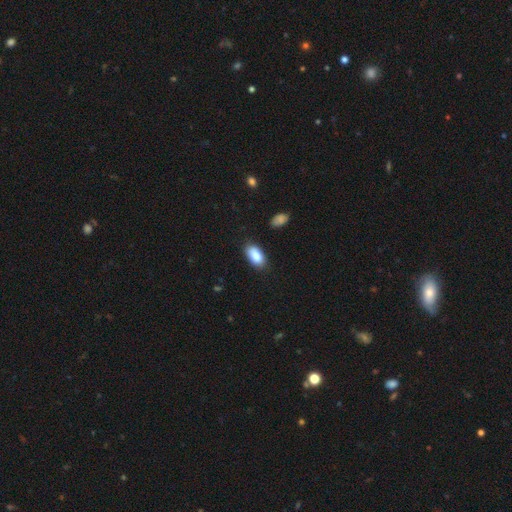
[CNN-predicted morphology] The model was most divided on "merging": none: 80%, minor disturbance: 15%, major disturbance: 3%, merger: 2%. More confident: how rounded — in between (93%); smooth or featured — smooth (85%).